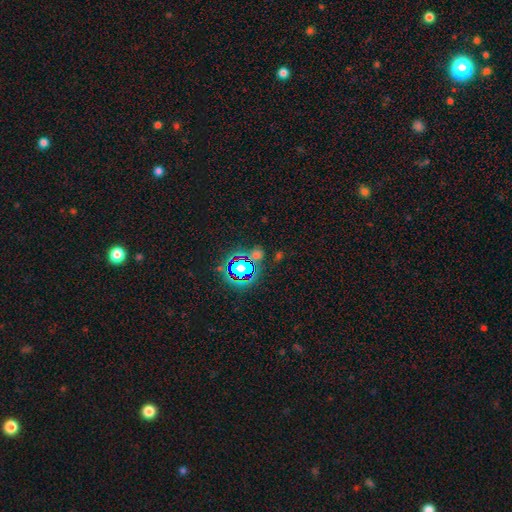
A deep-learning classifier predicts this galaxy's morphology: This appears to be a star or artifact, not a galaxy (65%).